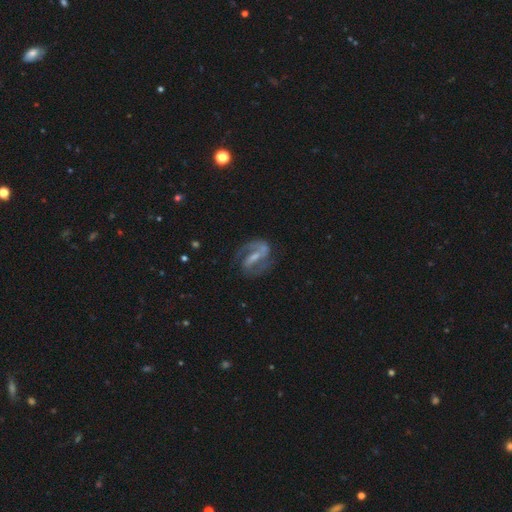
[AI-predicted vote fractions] Smooth or featured? featured or disk (85%)
Edge-on disk? no (96%)
Bar? strong (57%)
Spiral arms? yes (93%)
Spiral winding? medium (54%)
Spiral arm count? 2 (85%)
Bulge size? small (48%)
Merging? none (70%)